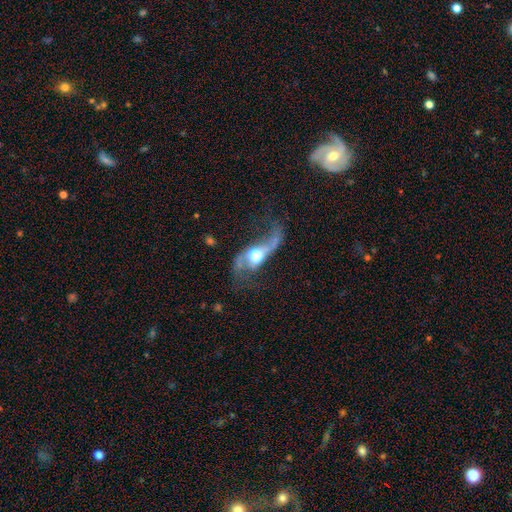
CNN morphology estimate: smooth_or_featured: featured or disk (p=0.80) [alt: smooth p=0.13]
disk_edge_on: no (p=0.90) [alt: yes p=0.10]
bar: no (p=0.54) [alt: weak p=0.30]
has_spiral_arms: yes (p=0.89) [alt: no p=0.11]
spiral_winding: loose (p=0.86) [alt: medium p=0.11]
spiral_arm_count: 2 (p=0.89) [alt: 1 p=0.06]
bulge_size: moderate (p=0.51) [alt: large p=0.37]
merging: none (p=0.45) [alt: major disturbance p=0.31]